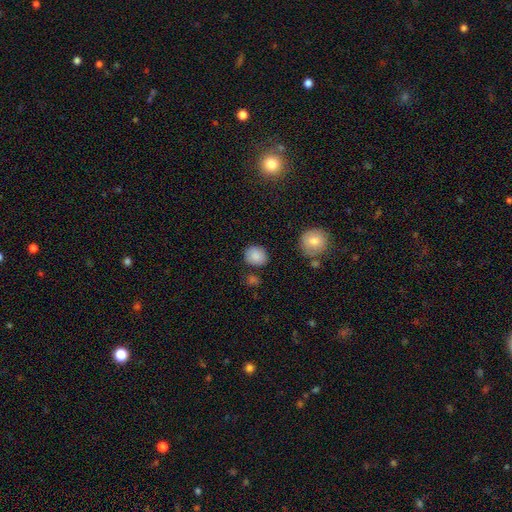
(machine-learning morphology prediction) This is clearly a smooth galaxy (86%). How rounded: likely round (72%). Merging: clearly none (81%).